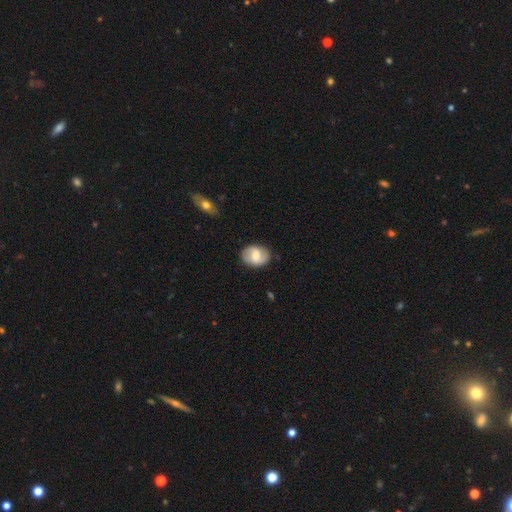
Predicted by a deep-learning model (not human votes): Smooth or featured? Predicted: smooth (p=0.49). Merging? Predicted: none (p=0.83).